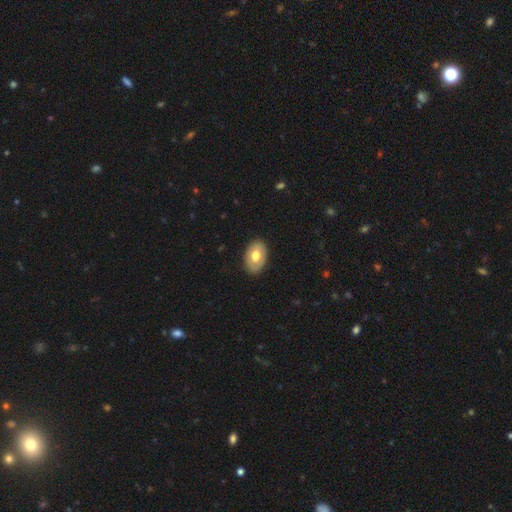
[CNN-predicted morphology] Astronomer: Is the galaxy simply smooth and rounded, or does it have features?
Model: smooth — 64%.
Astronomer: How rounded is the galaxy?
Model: in between — 86%.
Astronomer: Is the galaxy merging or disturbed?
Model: none — 86%.